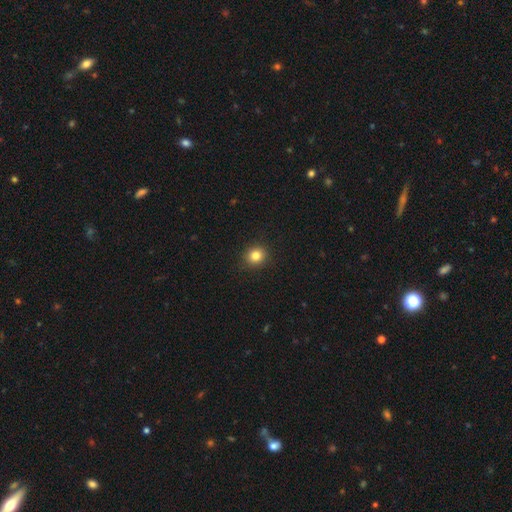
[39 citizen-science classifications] smooth 87%, featured or disk 8%, star or artifact 5%. Down the decision tree: how rounded — round (85%); merging — none (92%).